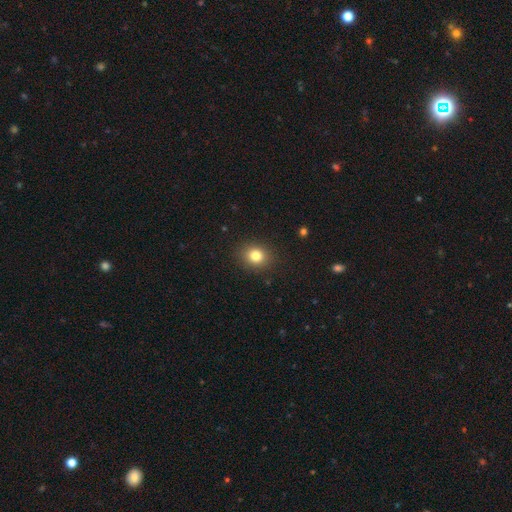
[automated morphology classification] smooth_or_featured: smooth (p=0.81) [alt: star or artifact p=0.12]
how_rounded: round (p=0.70) [alt: in between p=0.30]
merging: none (p=0.89) [alt: minor disturbance p=0.08]